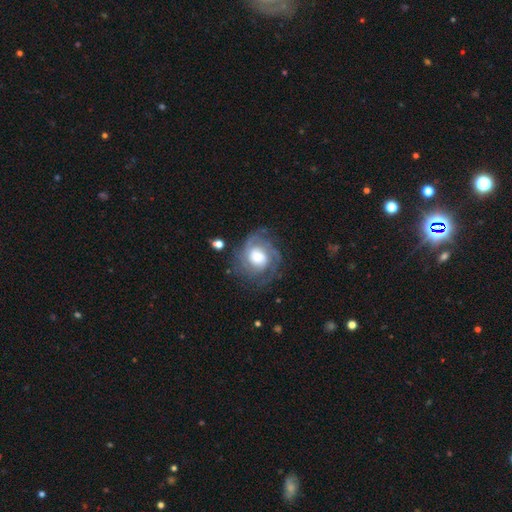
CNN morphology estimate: This is likely a featured or disk galaxy (76%). It is clearly not viewed edge-on (98%). Bar: likely no (71%). Spiral arm pattern: clearly yes (91%). Spiral arm count: marginally can't tell (31%). Spiral winding: possibly tight (55%). Central bulge: possibly large (55%). Merging: likely none (68%).